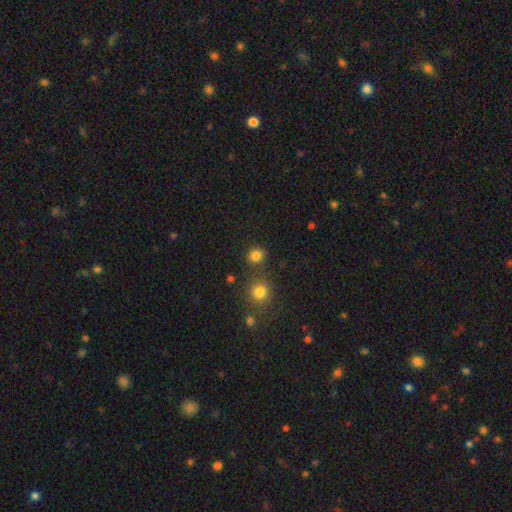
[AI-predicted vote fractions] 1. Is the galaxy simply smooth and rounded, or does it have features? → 82% smooth, 14% star or artifact, 4% featured or disk.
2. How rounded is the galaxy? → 74% round, 25% in between, 1% cigar-shaped.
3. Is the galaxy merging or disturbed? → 76% none, 10% minor disturbance, 9% merger, 4% major disturbance.